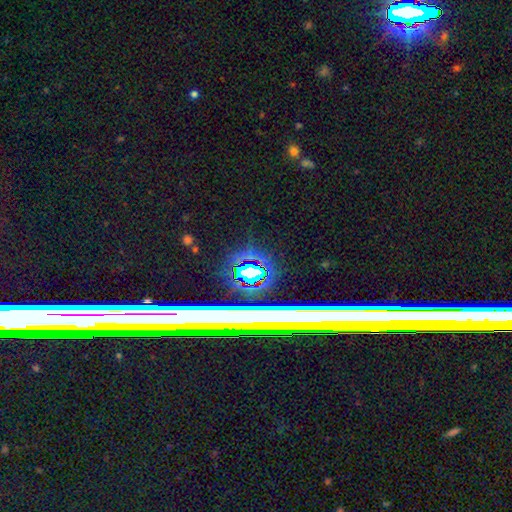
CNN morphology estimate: A star or artifact, not a galaxy (53%).